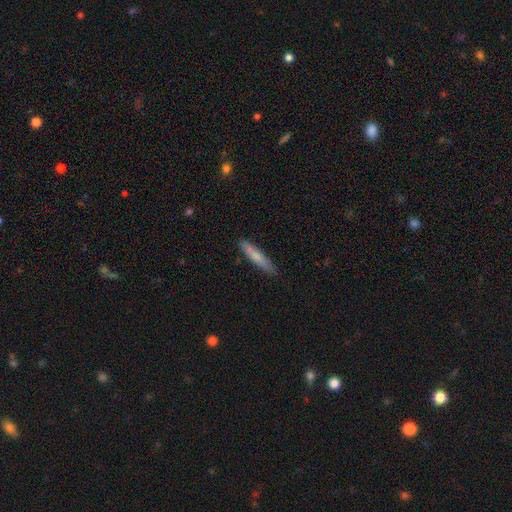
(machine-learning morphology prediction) Overall: smooth (70%). How rounded: cigar-shaped (91%). Merging: none (86%).